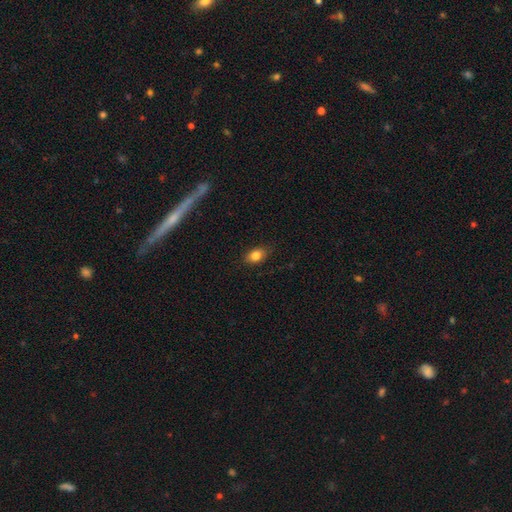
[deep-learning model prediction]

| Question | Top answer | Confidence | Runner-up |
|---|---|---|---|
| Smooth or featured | smooth | 83% | star or artifact (9%) |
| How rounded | in between | 78% | round (20%) |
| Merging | none | 84% | minor disturbance (12%) |